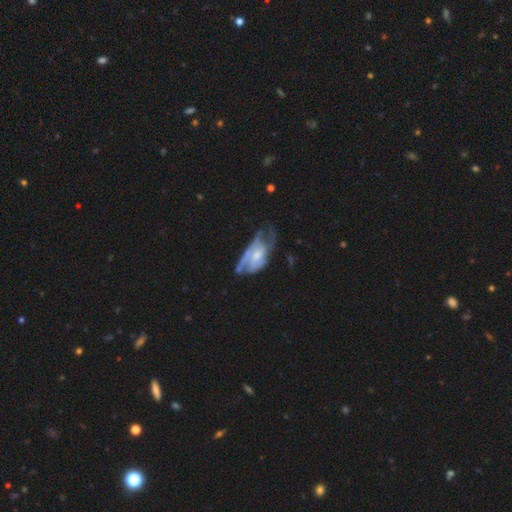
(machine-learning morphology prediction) Smooth or featured? Predicted: featured or disk (p=0.69). Edge-on disk? Predicted: no (p=0.93). Bar? Predicted: no (p=0.62). Spiral arms? Predicted: yes (p=0.74). Bulge size? Predicted: moderate (p=0.46). Merging? Predicted: major disturbance (p=0.35).